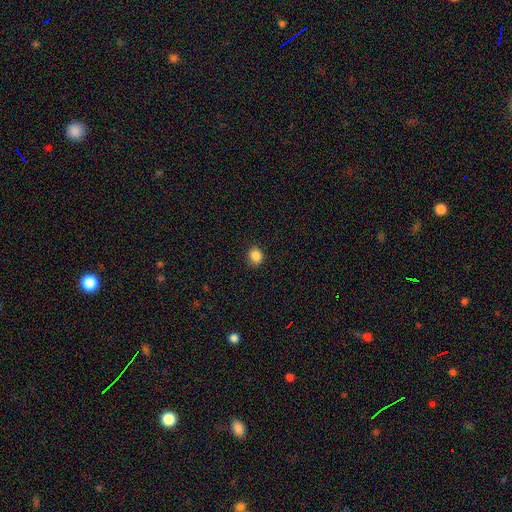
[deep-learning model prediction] A smooth galaxy with no disk features (86%) that is round (74%). Merging: none (88%).